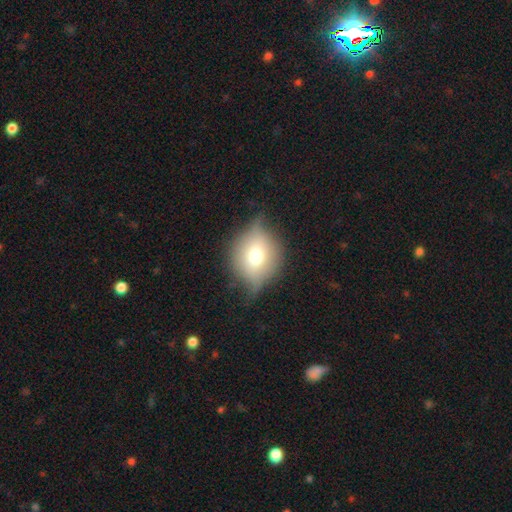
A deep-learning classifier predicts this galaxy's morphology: A smooth galaxy with no disk features (47%). Merging: none (57%).